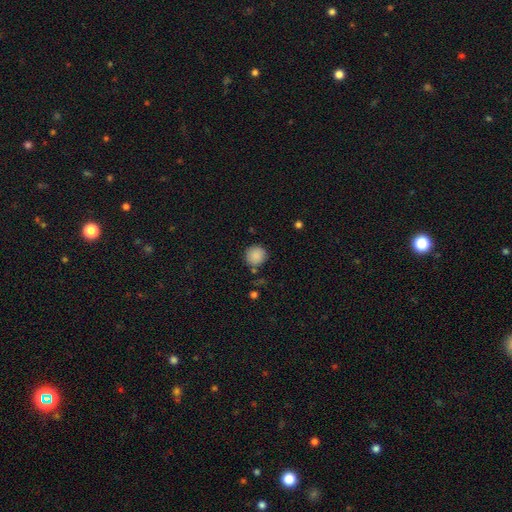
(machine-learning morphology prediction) This appears to be a smooth galaxy with no disk features (88%) that is round (92%). Merging: none (81%).